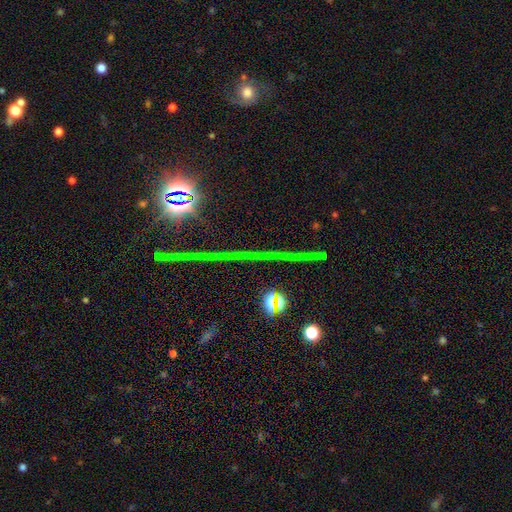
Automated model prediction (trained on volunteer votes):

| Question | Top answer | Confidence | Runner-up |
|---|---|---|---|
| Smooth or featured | star or artifact | 72% | featured or disk (18%) |